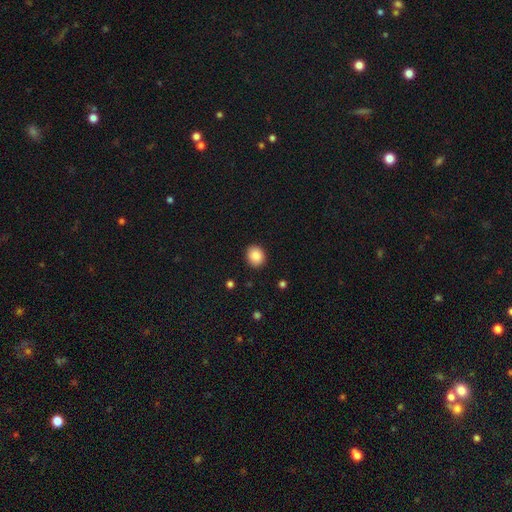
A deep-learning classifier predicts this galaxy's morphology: Smooth or featured?
  - smooth: 88% *
  - star or artifact: 8%
  - featured or disk: 4%
How rounded?
  - round: 67% *
  - in between: 32%
  - cigar-shaped: 1%
Merging?
  - none: 90% *
  - minor disturbance: 7%
  - major disturbance: 2%
  - merger: 1%